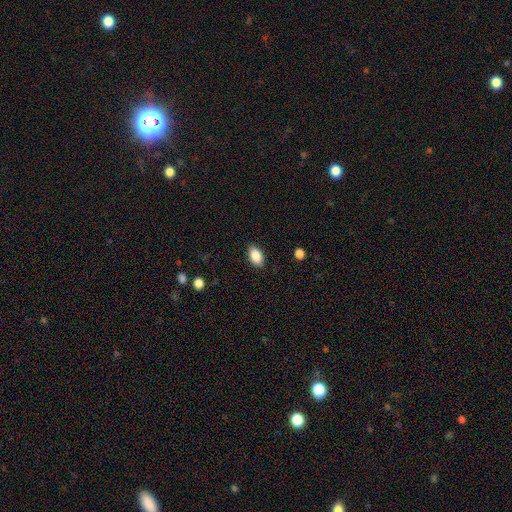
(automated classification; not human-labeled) smooth-or-featured: smooth: 88% | star or artifact: 7% | featured or disk: 5%
  how-rounded: in between: 92% | round: 6% | cigar-shaped: 2%
  merging: none: 87% | minor disturbance: 9% | major disturbance: 2% | merger: 1%